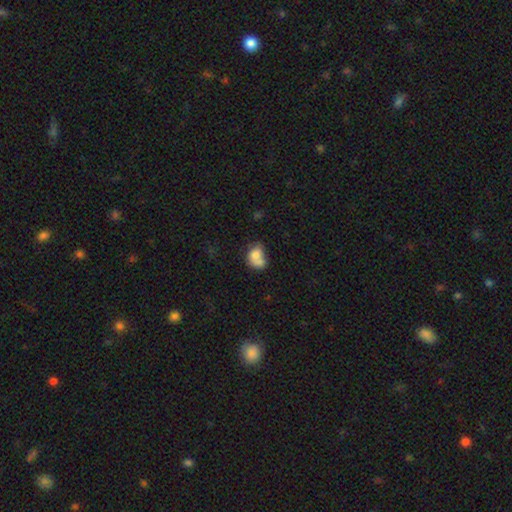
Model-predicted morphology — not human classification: Smooth or featured: smooth — 71% (featured or disk — 20%)
How rounded: in between — 61% (round — 38%)
Merging: merger — 52% (none — 23%)